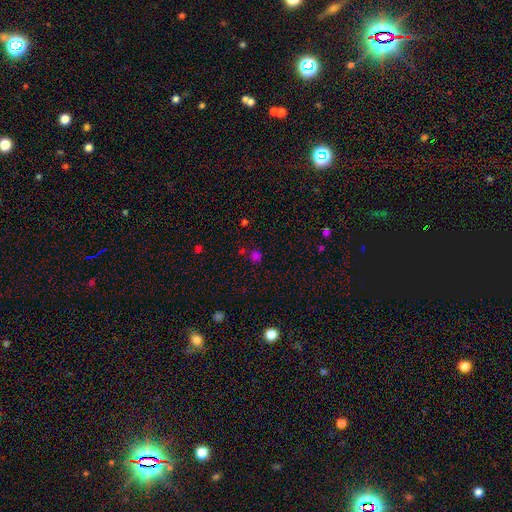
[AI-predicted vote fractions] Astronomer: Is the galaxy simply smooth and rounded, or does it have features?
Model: smooth — 64%.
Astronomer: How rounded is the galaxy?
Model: round — 87%.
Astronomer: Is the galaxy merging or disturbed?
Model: none — 74%.